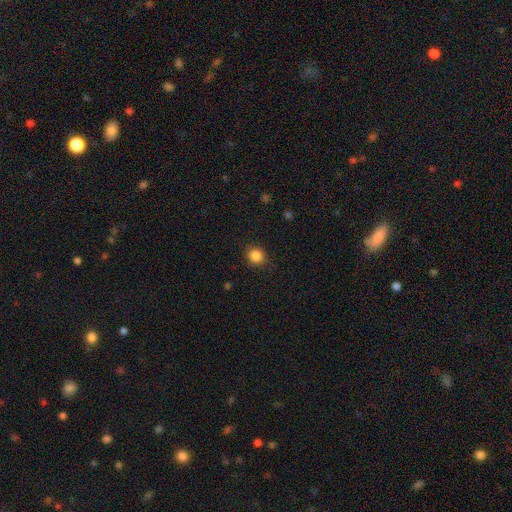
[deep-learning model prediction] This is clearly a smooth galaxy (86%). How rounded: likely round (80%). Merging: clearly none (86%).